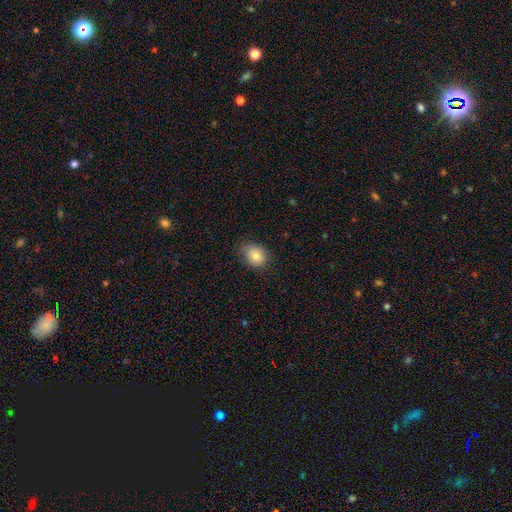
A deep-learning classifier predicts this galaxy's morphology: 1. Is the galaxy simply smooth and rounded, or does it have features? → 82% smooth, 10% star or artifact, 9% featured or disk.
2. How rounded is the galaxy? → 61% round, 38% in between, 1% cigar-shaped.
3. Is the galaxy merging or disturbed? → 68% none, 25% minor disturbance, 5% major disturbance, 1% merger.